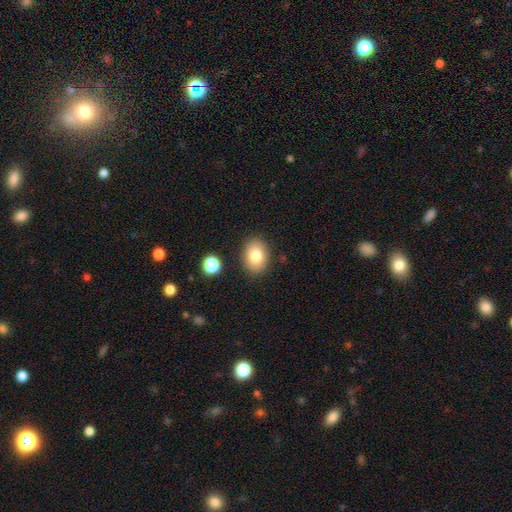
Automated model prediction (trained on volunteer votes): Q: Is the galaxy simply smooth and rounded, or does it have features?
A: smooth — 82%.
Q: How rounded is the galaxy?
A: in between — 69%.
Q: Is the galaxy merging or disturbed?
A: none — 86%.